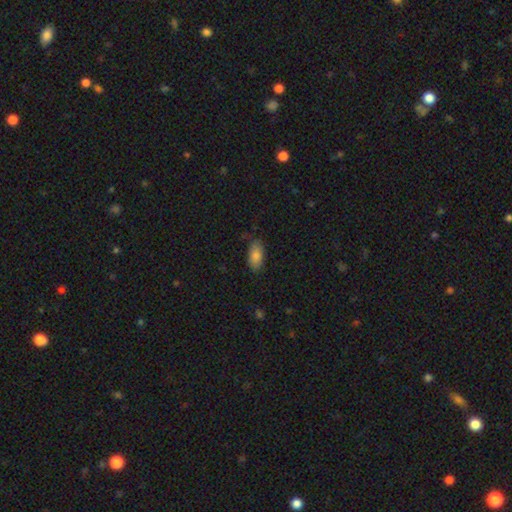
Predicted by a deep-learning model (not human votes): A smooth galaxy with no disk features (83%) that is in between round and cigar-shaped (91%).

Vote fractions:
- Smooth or featured? smooth: 83% / featured or disk: 9% / star or artifact: 8%
- How rounded? in between: 91% / cigar-shaped: 6% / round: 3%
- Merging? none: 80% / minor disturbance: 16% / major disturbance: 3% / merger: 1%